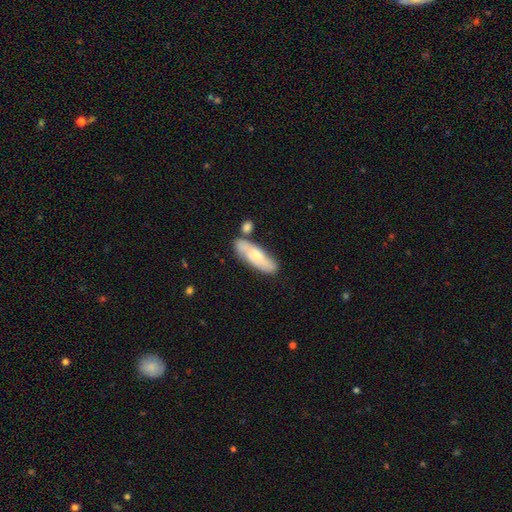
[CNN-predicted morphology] This appears to be a smooth galaxy with no disk features (53%) that is in between round and cigar-shaped (51%). Merging: none (63%).